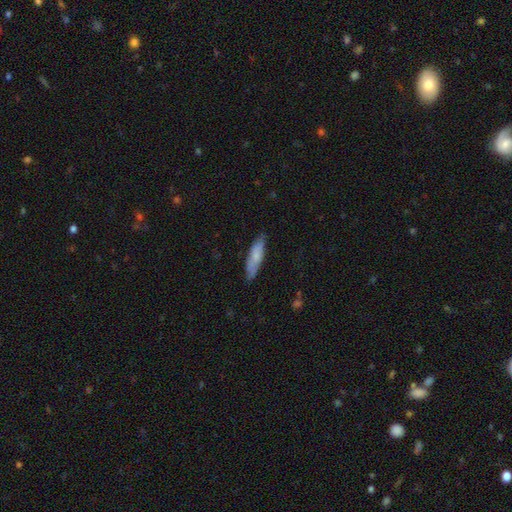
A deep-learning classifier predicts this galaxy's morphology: Smooth or featured?
  - smooth: 71% *
  - featured or disk: 23%
  - star or artifact: 6%
How rounded?
  - cigar-shaped: 68% *
  - in between: 30%
  - round: 2%
Merging?
  - none: 79% *
  - minor disturbance: 17%
  - major disturbance: 3%
  - merger: 1%